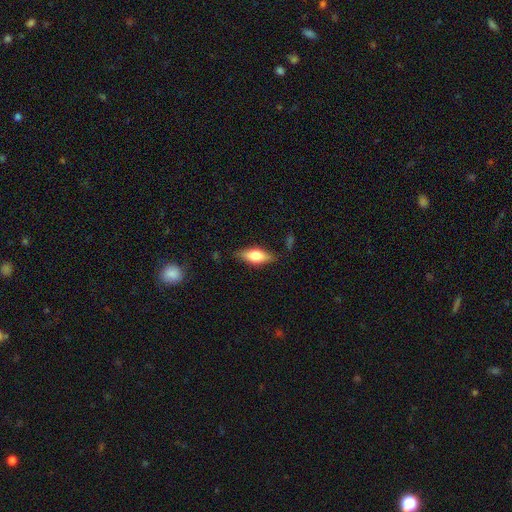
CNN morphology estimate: smooth_or_featured: smooth (p=0.58) [alt: featured or disk p=0.35]
how_rounded: in between (p=0.73) [alt: cigar-shaped p=0.24]
merging: none (p=0.80) [alt: minor disturbance p=0.14]